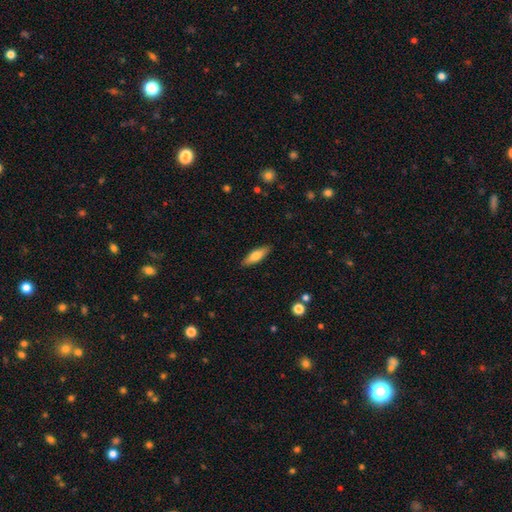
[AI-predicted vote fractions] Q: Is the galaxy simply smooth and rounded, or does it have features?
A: smooth — 70%.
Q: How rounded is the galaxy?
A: in between — 51%.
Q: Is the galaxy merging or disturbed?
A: none — 89%.